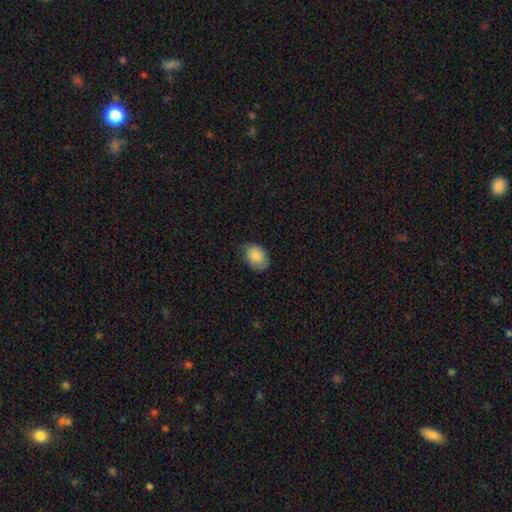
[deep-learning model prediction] The model was most divided on "merging": none: 77%, minor disturbance: 19%, major disturbance: 4%, merger: 1%. More confident: smooth or featured — smooth (86%); how rounded — in between (80%).